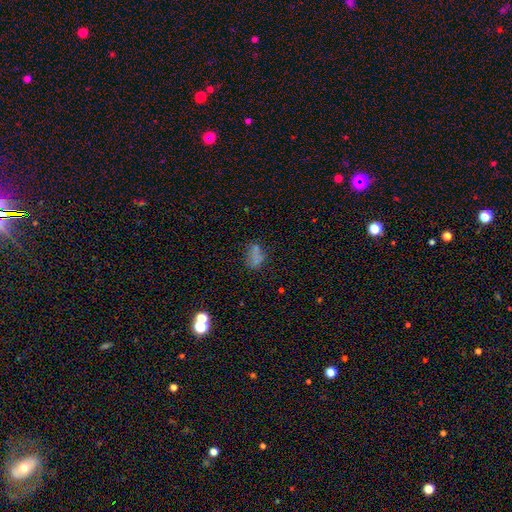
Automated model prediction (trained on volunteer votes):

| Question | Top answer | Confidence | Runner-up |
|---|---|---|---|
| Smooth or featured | smooth | 62% | star or artifact (20%) |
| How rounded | in between | 76% | round (21%) |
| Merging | none | 52% | minor disturbance (22%) |